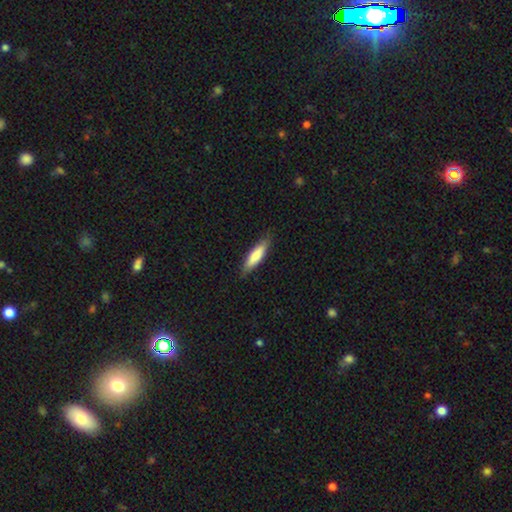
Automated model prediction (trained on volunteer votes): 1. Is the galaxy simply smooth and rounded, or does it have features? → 77% smooth, 18% featured or disk, 5% star or artifact.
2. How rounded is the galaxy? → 67% cigar-shaped, 32% in between, 1% round.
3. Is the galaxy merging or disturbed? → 84% none, 13% minor disturbance, 2% major disturbance, 1% merger.